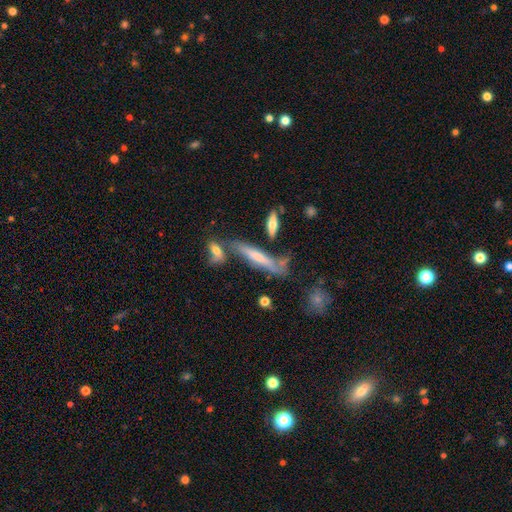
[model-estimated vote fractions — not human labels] Smooth or featured?
  - featured or disk: 53% *
  - smooth: 38%
  - star or artifact: 10%
Edge-on disk?
  - yes: 79% *
  - no: 21%
Merging?
  - none: 53% *
  - minor disturbance: 21%
  - merger: 17%
  - major disturbance: 9%